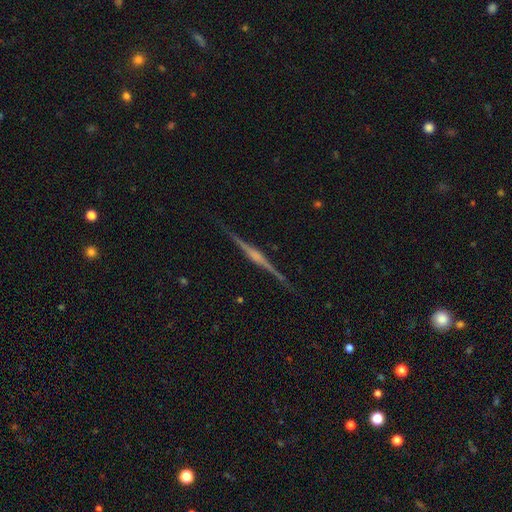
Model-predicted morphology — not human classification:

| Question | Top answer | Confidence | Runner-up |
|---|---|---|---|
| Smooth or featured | featured or disk | 87% | smooth (7%) |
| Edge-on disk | yes | 98% | no (2%) |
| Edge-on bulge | rounded | 70% | boxy (19%) |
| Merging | none | 90% | minor disturbance (7%) |